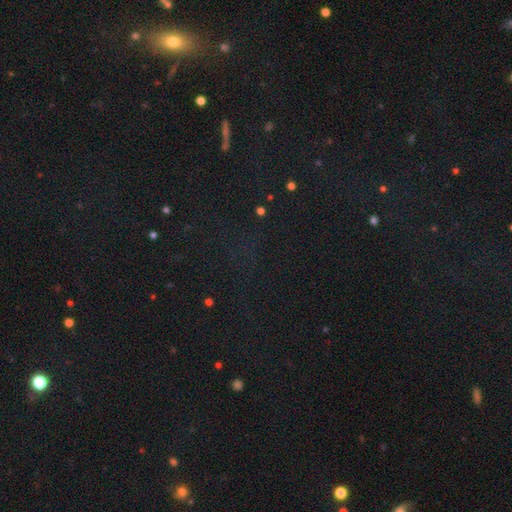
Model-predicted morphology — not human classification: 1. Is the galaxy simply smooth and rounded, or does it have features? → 71% star or artifact, 19% smooth, 10% featured or disk.